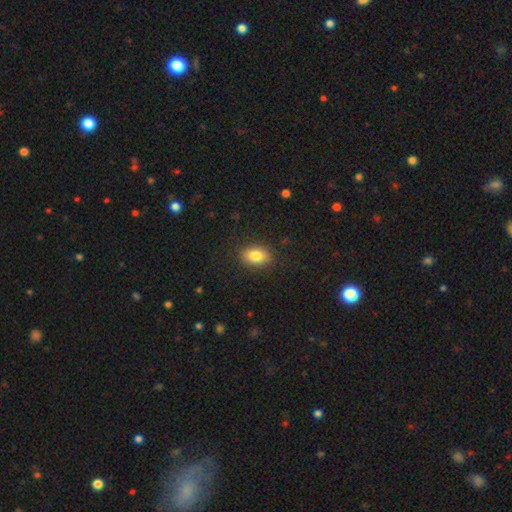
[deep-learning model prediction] Morphology: type=smooth (83%); roundness=in between (81%); merging=none (87%).